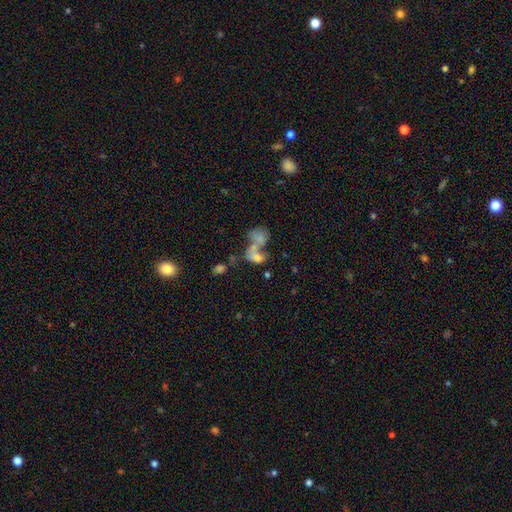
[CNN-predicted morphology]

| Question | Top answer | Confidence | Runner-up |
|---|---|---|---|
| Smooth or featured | smooth | 64% | featured or disk (23%) |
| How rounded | in between | 74% | round (23%) |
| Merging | merger | 63% | none (19%) |